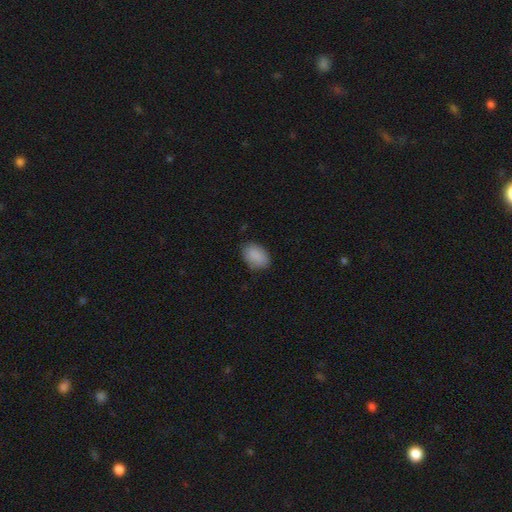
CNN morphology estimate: type=smooth (89%); roundness=in between (85%); merging=none (80%).